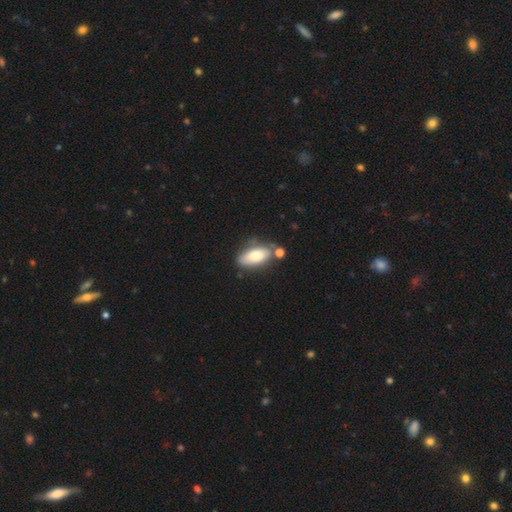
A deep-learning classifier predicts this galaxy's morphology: smooth_or_featured: smooth (p=0.79) [alt: featured or disk p=0.15]
how_rounded: in between (p=0.84) [alt: cigar-shaped p=0.13]
merging: none (p=0.61) [alt: minor disturbance p=0.19]